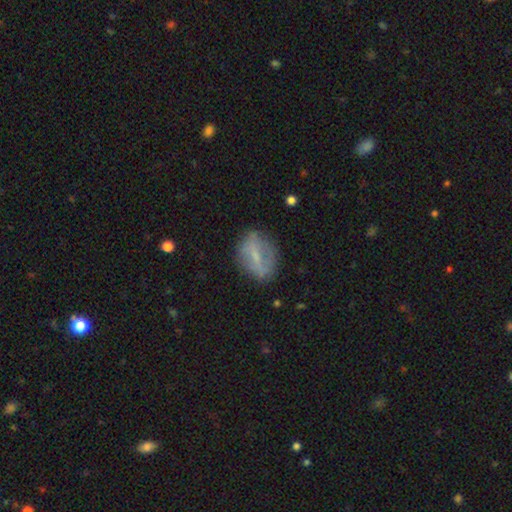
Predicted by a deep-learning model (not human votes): Morphology: type=smooth (46%, tied with featured or disk); merging=none (71%).